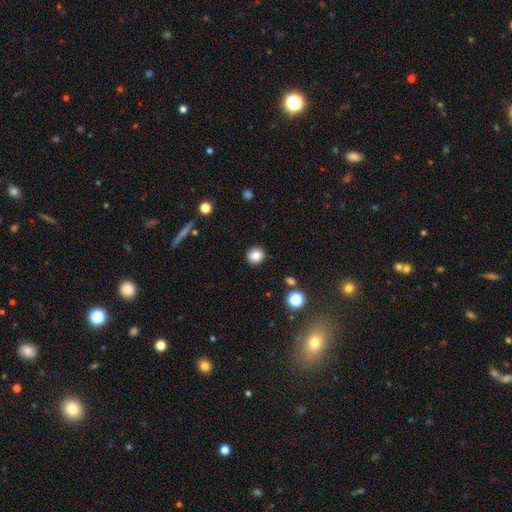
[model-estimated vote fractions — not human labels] A smooth galaxy with no disk features (85%) that is round (88%).

Vote fractions:
- Smooth or featured? smooth: 85% / star or artifact: 11% / featured or disk: 5%
- How rounded? round: 88% / in between: 11% / cigar-shaped: 1%
- Merging? none: 91% / minor disturbance: 6% / major disturbance: 2% / merger: 1%